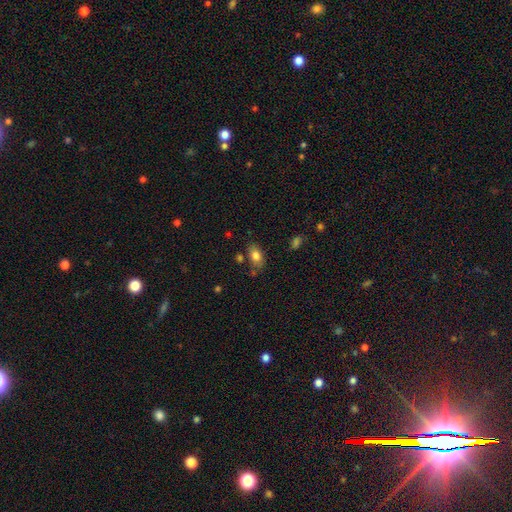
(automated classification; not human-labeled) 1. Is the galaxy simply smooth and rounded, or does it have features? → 81% smooth, 11% featured or disk, 8% star or artifact.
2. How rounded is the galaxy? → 88% in between, 9% round, 3% cigar-shaped.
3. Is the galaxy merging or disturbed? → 71% none, 18% minor disturbance, 7% merger, 4% major disturbance.